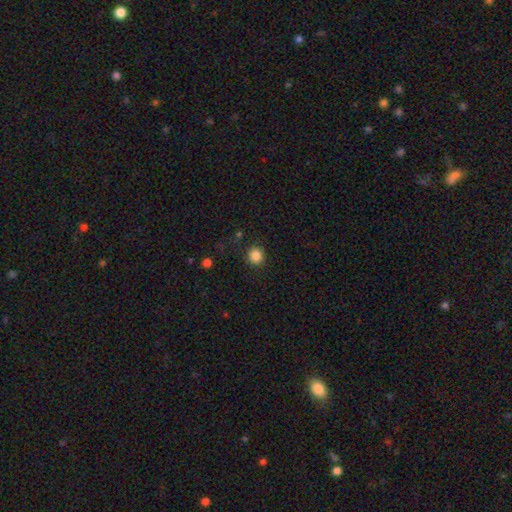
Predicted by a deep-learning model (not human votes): The model was most divided on "smooth or featured": smooth: 85%, star or artifact: 11%, featured or disk: 4%. More confident: how rounded — round (90%); merging — none (89%).